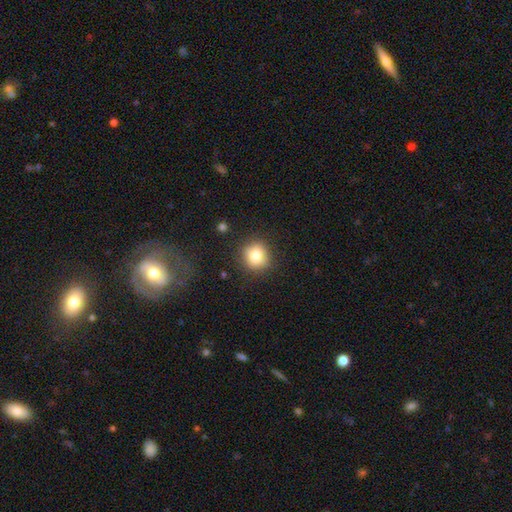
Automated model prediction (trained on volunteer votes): Smooth or featured? smooth (82%)
How rounded? round (85%)
Merging? none (85%)